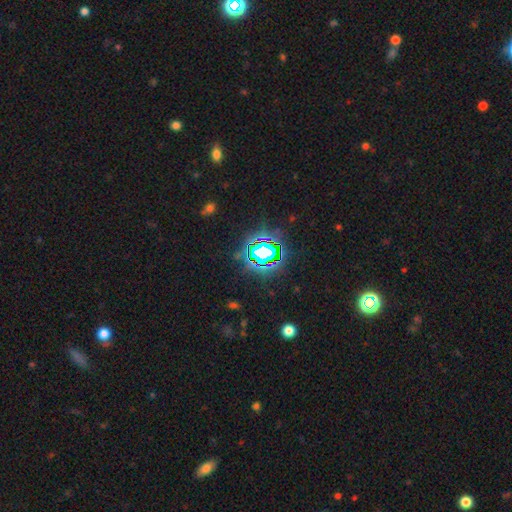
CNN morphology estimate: Smooth or featured? star or artifact (77%)